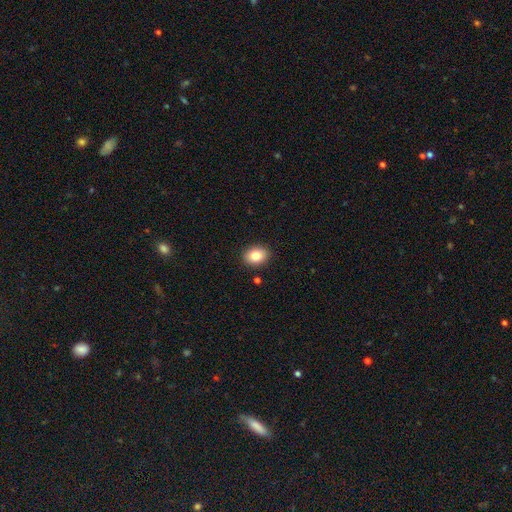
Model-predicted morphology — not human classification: Overall: smooth (84%). How rounded: in between (64%; round 35%). Merging: none (89%).